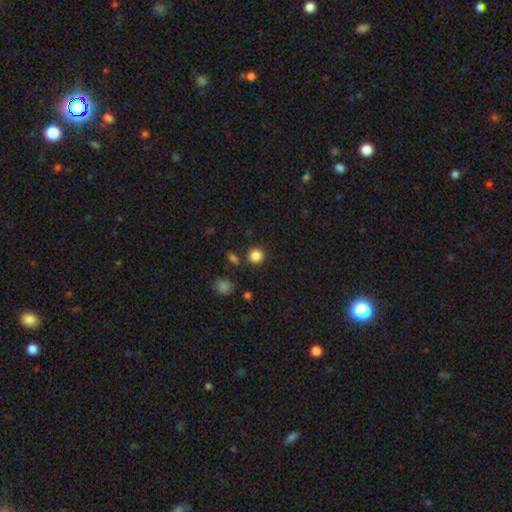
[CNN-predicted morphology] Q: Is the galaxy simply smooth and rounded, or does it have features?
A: smooth — 85%.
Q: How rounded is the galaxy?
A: round — 91%.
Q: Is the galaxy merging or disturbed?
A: none — 87%.